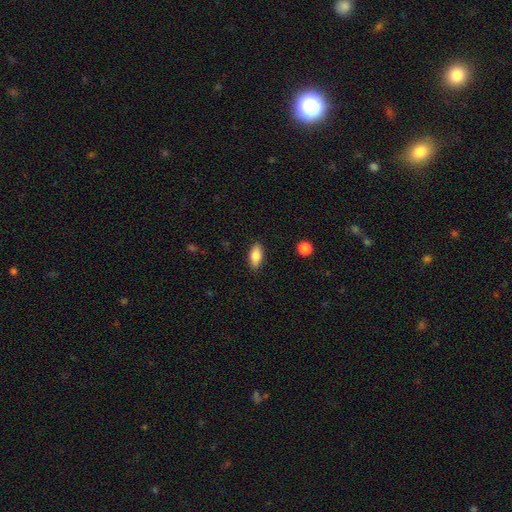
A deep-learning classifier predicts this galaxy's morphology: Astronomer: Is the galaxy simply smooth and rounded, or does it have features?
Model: smooth — 81%.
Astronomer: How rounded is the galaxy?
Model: in between — 86%.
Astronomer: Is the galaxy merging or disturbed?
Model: none — 87%.